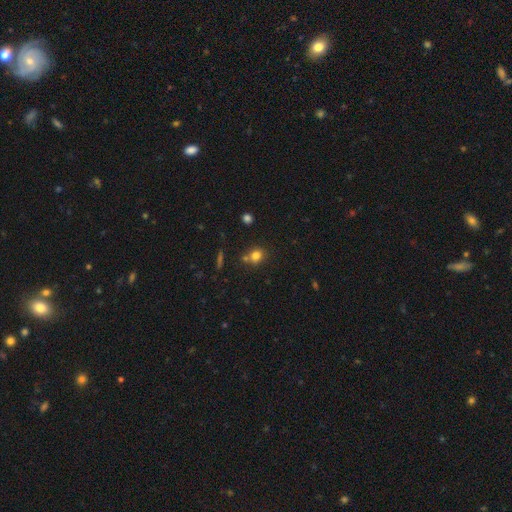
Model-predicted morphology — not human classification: This is likely a smooth galaxy (77%). How rounded: likely round (75%). Merging: likely none (65%).